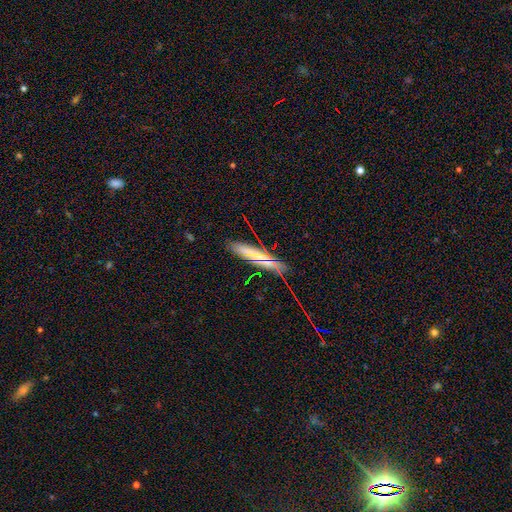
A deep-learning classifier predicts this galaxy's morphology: The model was most divided on "smooth or featured": smooth: 57%, featured or disk: 28%, star or artifact: 15%. More confident: merging — none (82%); how rounded — cigar-shaped (80%).